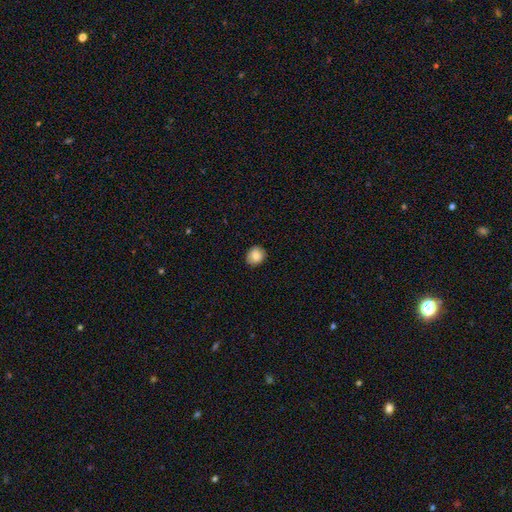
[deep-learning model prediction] smooth-or-featured: smooth: 83% | star or artifact: 9% | featured or disk: 8%
  how-rounded: round: 71% | in between: 28% | cigar-shaped: 1%
  merging: none: 82% | minor disturbance: 15% | major disturbance: 3% | merger: 1%